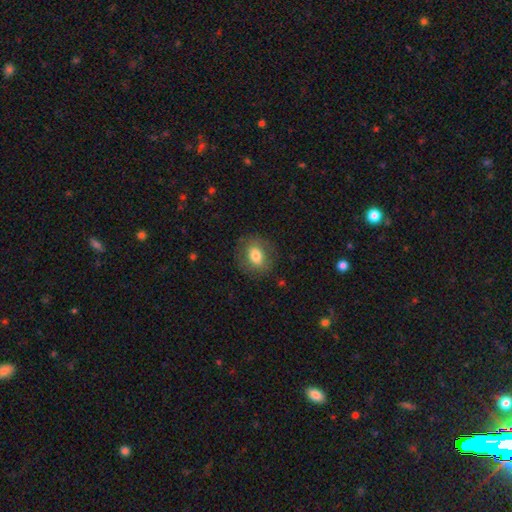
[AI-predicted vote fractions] smooth 74%, featured or disk 18%, star or artifact 8%. Down the decision tree: how rounded — in between (53%); merging — none (81%).